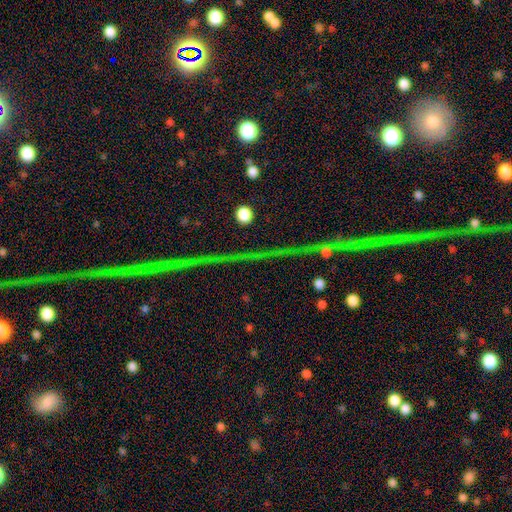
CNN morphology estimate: smooth_or_featured: star or artifact (p=0.79) [alt: featured or disk p=0.13]